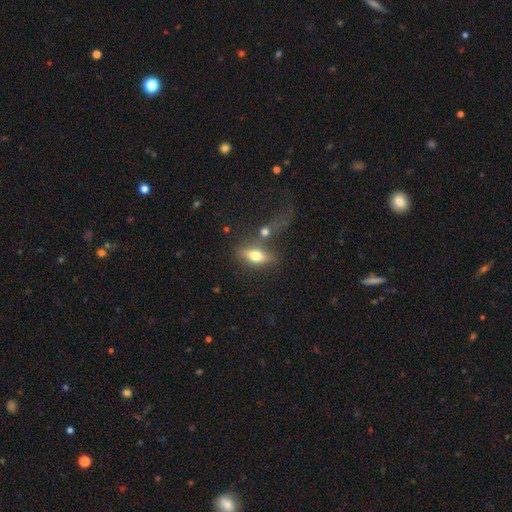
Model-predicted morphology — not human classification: A smooth galaxy with no disk features (68%) that is in between round and cigar-shaped (78%). Merging: none (52%).